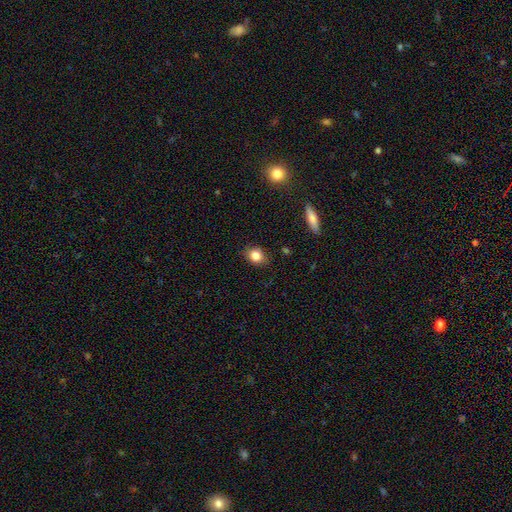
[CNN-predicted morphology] Q: Smooth or featured?
A: smooth (83%); runner-up: star or artifact (10%)
Q: How rounded?
A: round (50%); runner-up: in between (49%)
Q: Merging?
A: none (83%); runner-up: minor disturbance (13%)